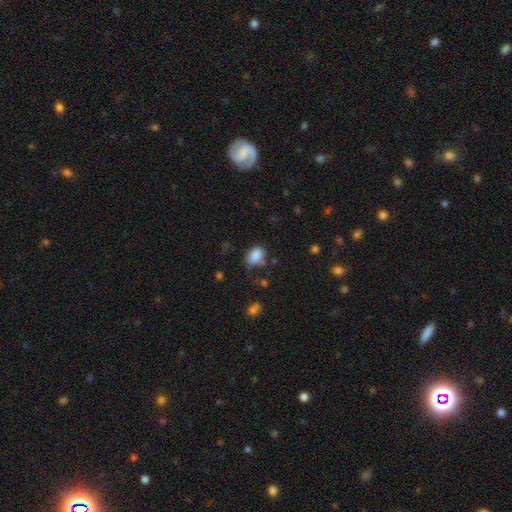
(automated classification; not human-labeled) Smooth or featured? Predicted: smooth (p=0.84). How rounded? Predicted: in between (p=0.75). Merging? Predicted: none (p=0.58).